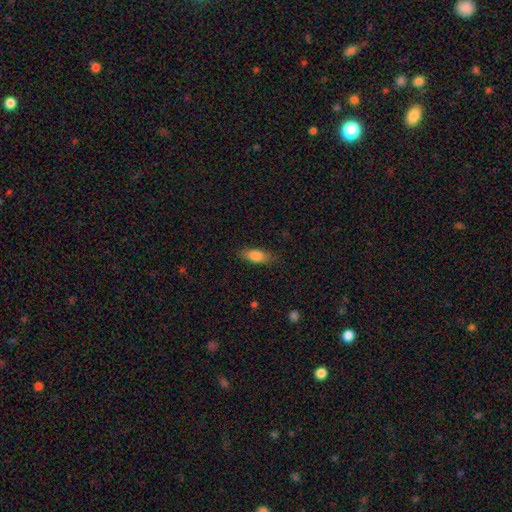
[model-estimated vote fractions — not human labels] Smooth or featured? smooth (82%)
How rounded? in between (75%)
Merging? none (83%)